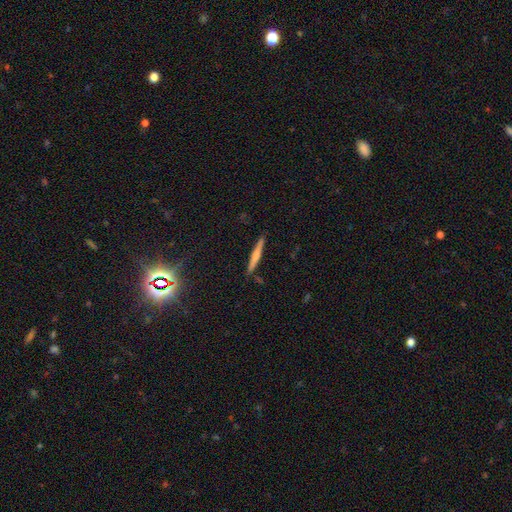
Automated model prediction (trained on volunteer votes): A smooth galaxy with no disk features (51%) that is cigar-shaped (95%). Merging: none (88%).